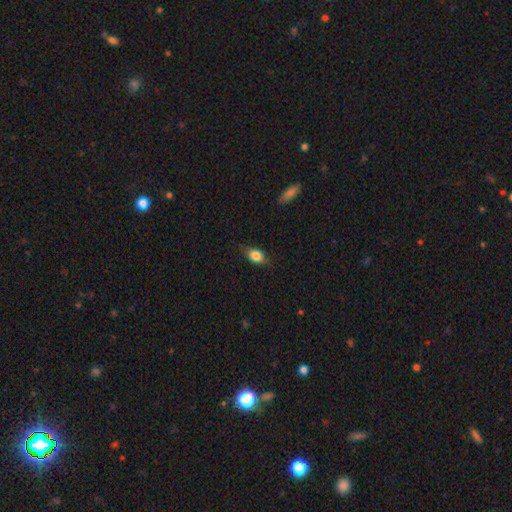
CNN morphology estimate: type=smooth (78%); roundness=in between (73%); merging=none (74%).